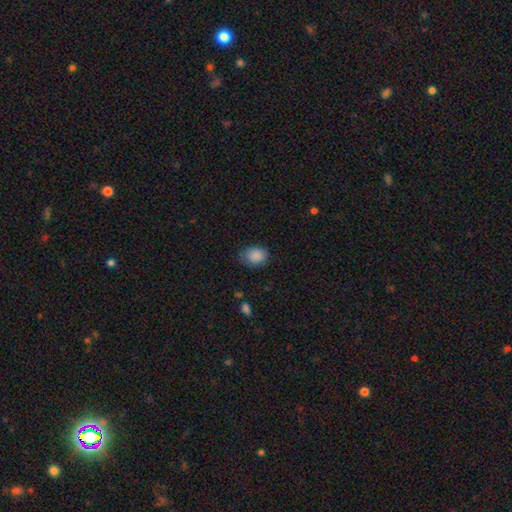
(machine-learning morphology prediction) The model was most divided on "how rounded": in between: 63%, round: 36%, cigar-shaped: 1%. More confident: smooth or featured — smooth (88%); merging — none (72%).